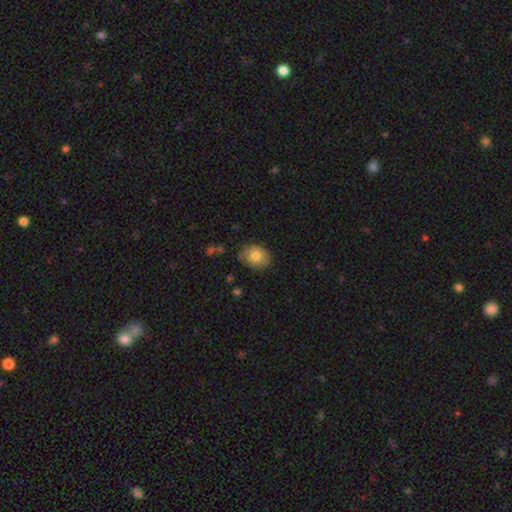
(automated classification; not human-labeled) A smooth galaxy with no disk features (76%) that is in between round and cigar-shaped (58%).

Vote fractions:
- Smooth or featured? smooth: 76% / featured or disk: 16% / star or artifact: 8%
- How rounded? in between: 58% / round: 41% / cigar-shaped: 1%
- Merging? none: 75% / minor disturbance: 20% / major disturbance: 4% / merger: 1%